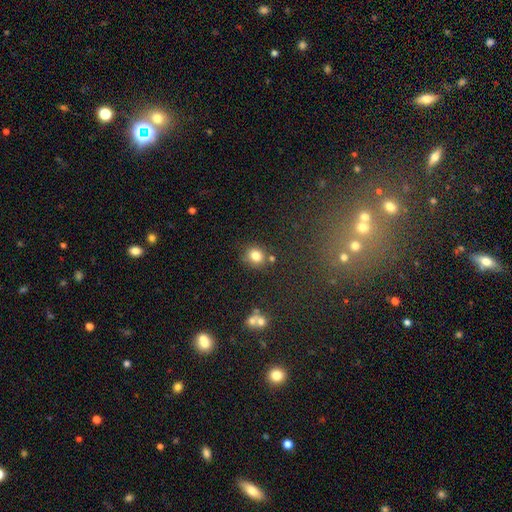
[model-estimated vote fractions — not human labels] Morphology: type=smooth (80%); roundness=round (77%); merging=none (73%).